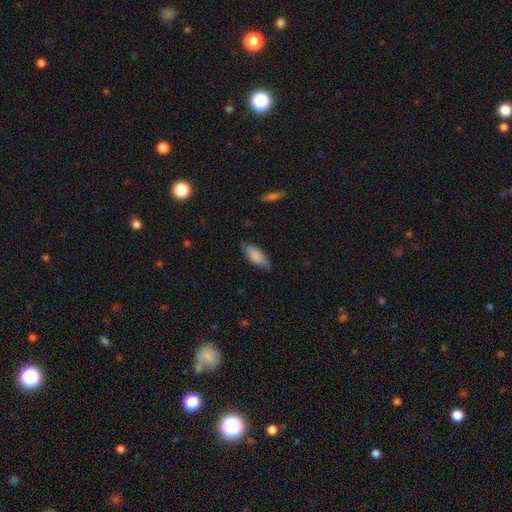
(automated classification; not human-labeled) Smooth or featured? smooth (77%)
How rounded? in between (77%)
Merging? none (73%)